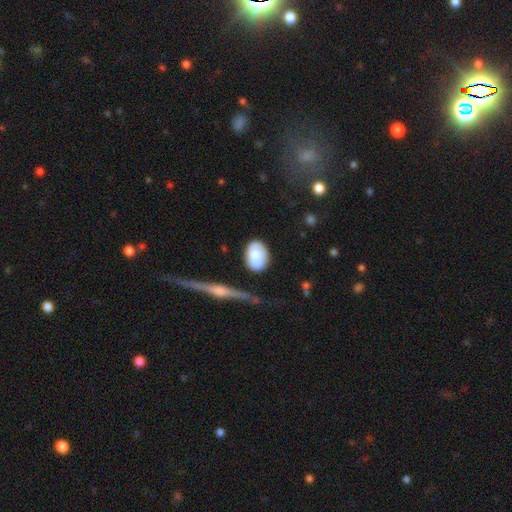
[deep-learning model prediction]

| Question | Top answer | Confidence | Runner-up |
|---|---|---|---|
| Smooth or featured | smooth | 80% | featured or disk (14%) |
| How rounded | in between | 83% | round (16%) |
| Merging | none | 69% | minor disturbance (20%) |